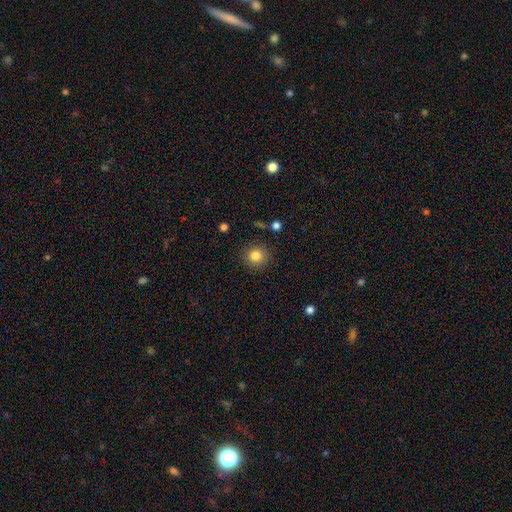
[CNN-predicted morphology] Smooth or featured? smooth (83%)
How rounded? round (91%)
Merging? none (89%)